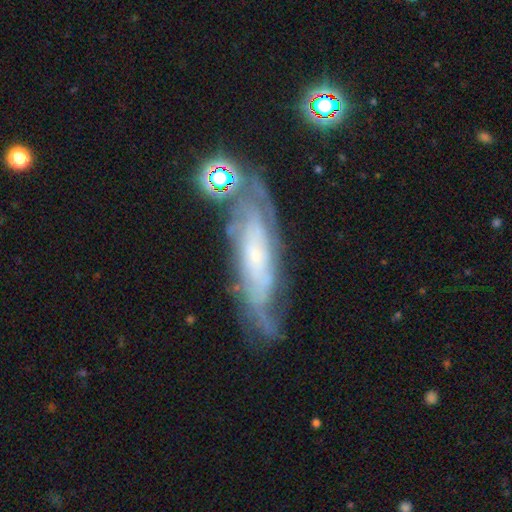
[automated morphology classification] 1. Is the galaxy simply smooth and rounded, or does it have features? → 76% featured or disk, 14% smooth, 9% star or artifact.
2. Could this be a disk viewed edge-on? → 74% no, 26% yes.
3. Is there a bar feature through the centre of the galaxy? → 67% no, 25% weak, 9% strong.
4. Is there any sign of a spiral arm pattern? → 91% yes, 9% no.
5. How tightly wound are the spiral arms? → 58% tight, 32% medium, 10% loose.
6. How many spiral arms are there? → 52% can't tell, 23% 2, 10% 3, 6% 4, 5% more than 4, 4% 1.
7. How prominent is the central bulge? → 74% small, 15% moderate, 7% none, 2% large, 1% dominant.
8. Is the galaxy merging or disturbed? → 67% none, 19% minor disturbance, 9% major disturbance, 5% merger.